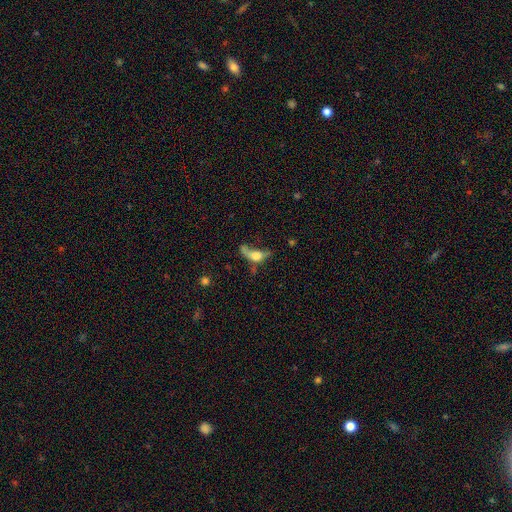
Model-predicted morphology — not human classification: A smooth galaxy with no disk features (50%). Merging: major disturbance (44%).